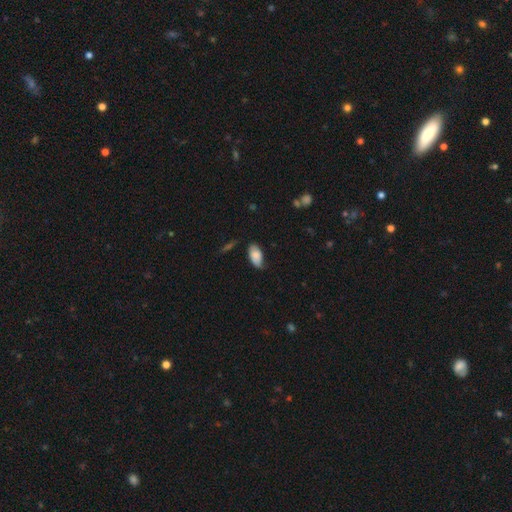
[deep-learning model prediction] This is clearly a smooth galaxy (81%). How rounded: clearly in between (94%). Merging: likely none (64%).